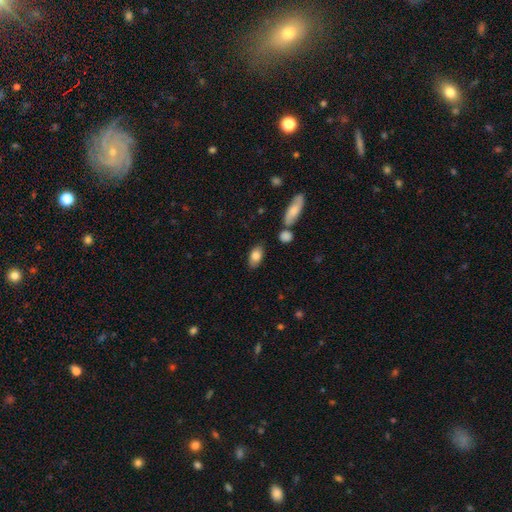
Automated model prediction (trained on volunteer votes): smooth_or_featured: smooth (p=0.82) [alt: featured or disk p=0.11]
how_rounded: in between (p=0.90) [alt: round p=0.06]
merging: none (p=0.79) [alt: minor disturbance p=0.13]